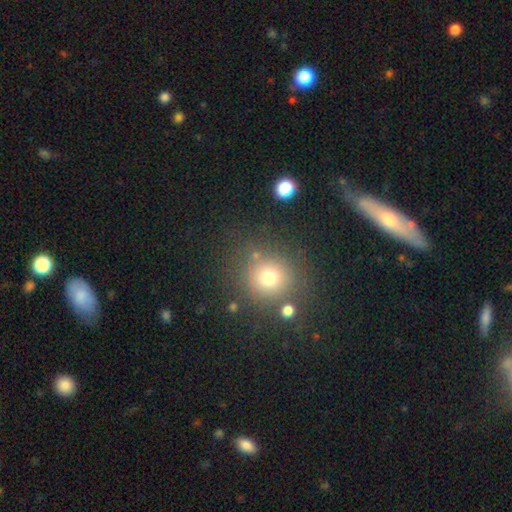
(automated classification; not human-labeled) smooth 73%, star or artifact 17%, featured or disk 9%. Down the decision tree: how rounded — round (89%); merging — none (79%).